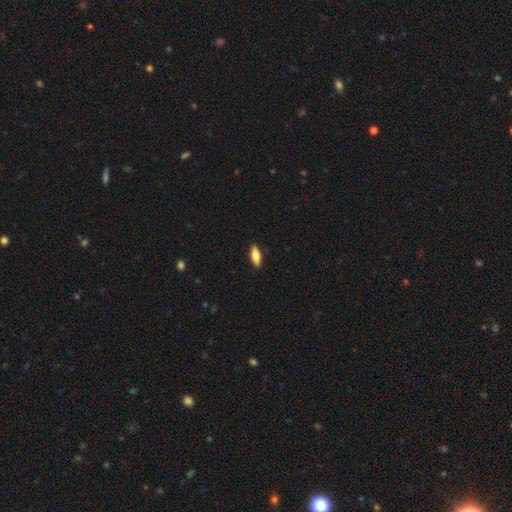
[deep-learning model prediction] Smooth or featured? smooth (74%)
How rounded? in between (68%)
Merging? none (90%)